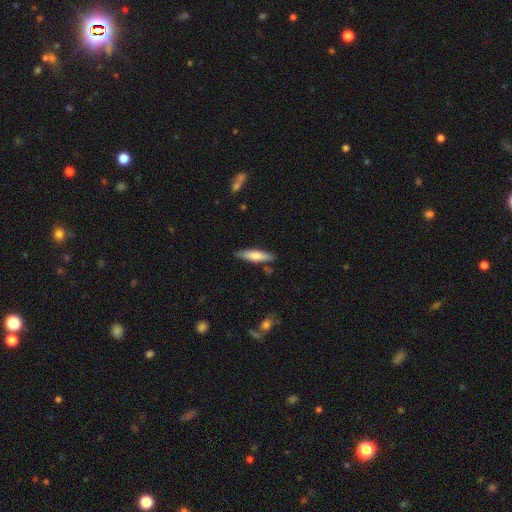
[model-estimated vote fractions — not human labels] Morphology: type=smooth (68%); roundness=cigar-shaped (76%); merging=none (84%).